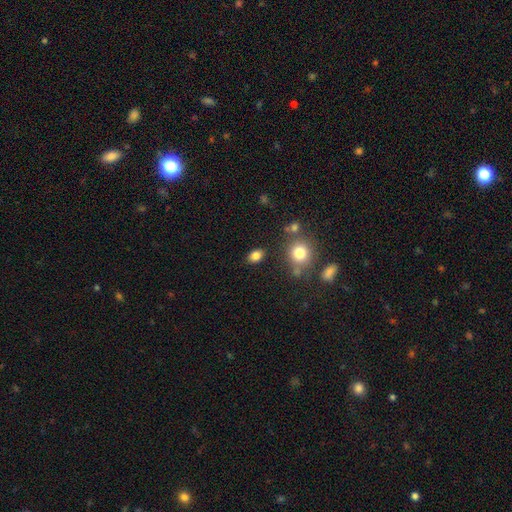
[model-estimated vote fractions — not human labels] Overall: smooth (83%). How rounded: in between (78%). Merging: none (82%).